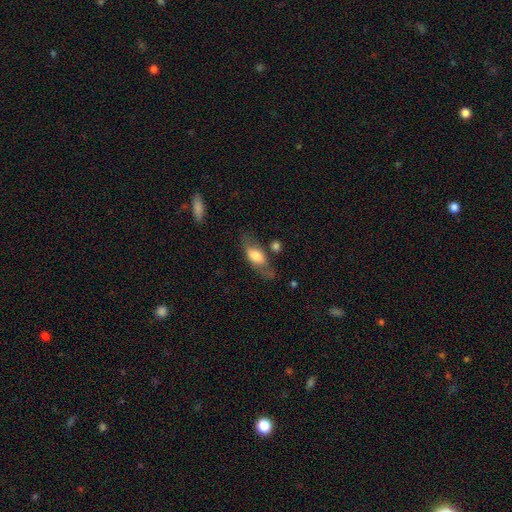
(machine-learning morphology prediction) Overall: smooth (62%; featured or disk 31%). How rounded: in between (79%). Merging: none (60%; minor disturbance 21%).